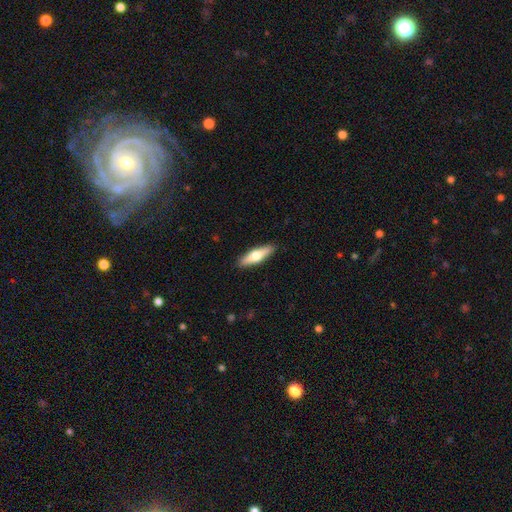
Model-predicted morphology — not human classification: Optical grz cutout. It shows a smooth galaxy with no disk features (53%) that is cigar-shaped (63%). Merging: none (90%).